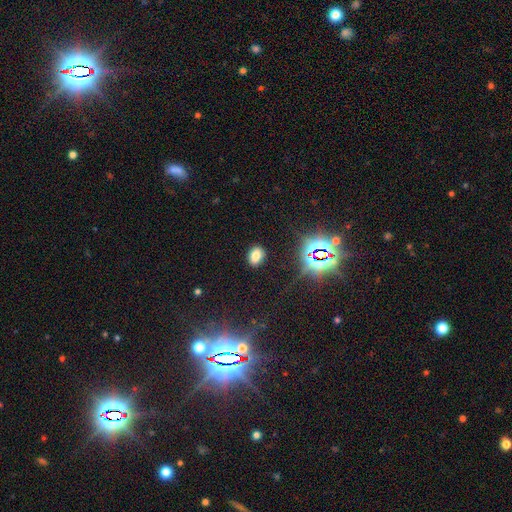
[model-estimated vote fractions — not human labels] Overall: smooth (72%). How rounded: in between (77%). Merging: none (87%).